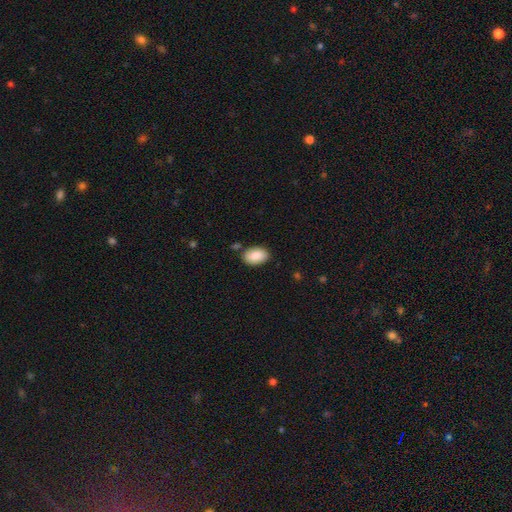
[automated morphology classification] A smooth galaxy with no disk features (88%) that is in between round and cigar-shaped (90%).

Vote fractions:
- Smooth or featured? smooth: 88% / star or artifact: 6% / featured or disk: 5%
- How rounded? in between: 90% / round: 9% / cigar-shaped: 1%
- Merging? none: 82% / minor disturbance: 12% / merger: 4% / major disturbance: 3%